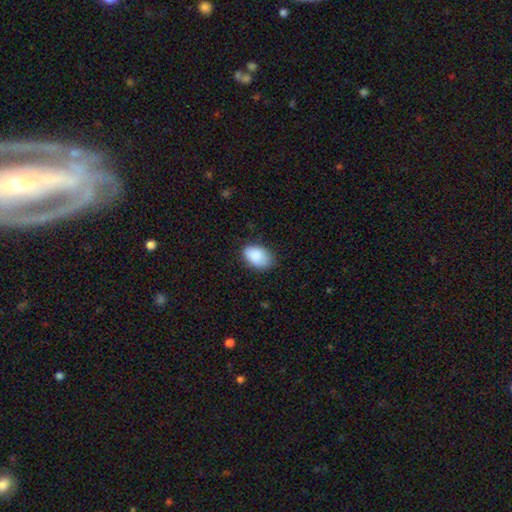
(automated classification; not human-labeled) A smooth galaxy with no disk features (89%) that is in between round and cigar-shaped (90%).

Vote fractions:
- Smooth or featured? smooth: 89% / star or artifact: 7% / featured or disk: 5%
- How rounded? in between: 90% / round: 9% / cigar-shaped: 1%
- Merging? none: 78% / minor disturbance: 18% / major disturbance: 3% / merger: 1%